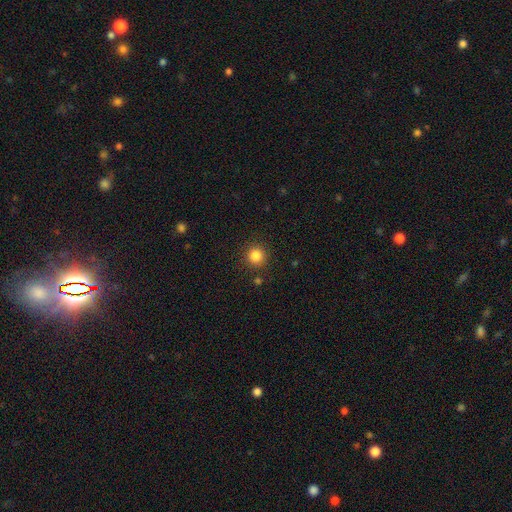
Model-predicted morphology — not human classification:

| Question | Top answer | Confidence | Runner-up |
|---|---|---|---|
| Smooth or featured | smooth | 84% | star or artifact (12%) |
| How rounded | round | 94% | in between (5%) |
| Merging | none | 89% | minor disturbance (6%) |